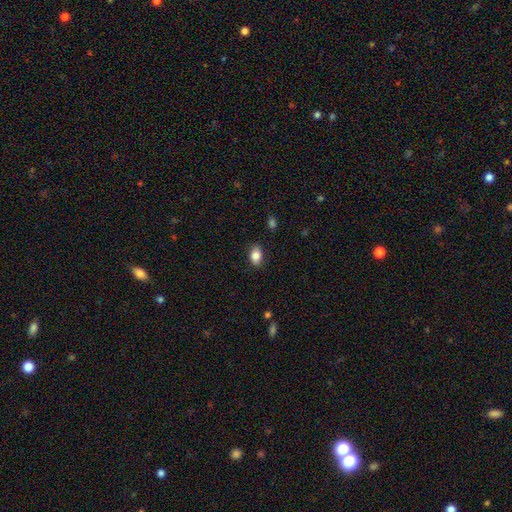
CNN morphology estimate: Q: Smooth or featured?
A: smooth (85%); runner-up: star or artifact (8%)
Q: How rounded?
A: in between (83%); runner-up: round (15%)
Q: Merging?
A: none (86%); runner-up: minor disturbance (11%)